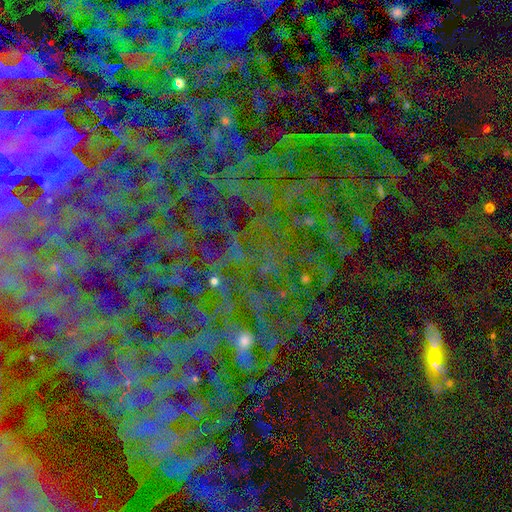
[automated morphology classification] Smooth or featured?
  - star or artifact: 80% *
  - smooth: 11%
  - featured or disk: 9%